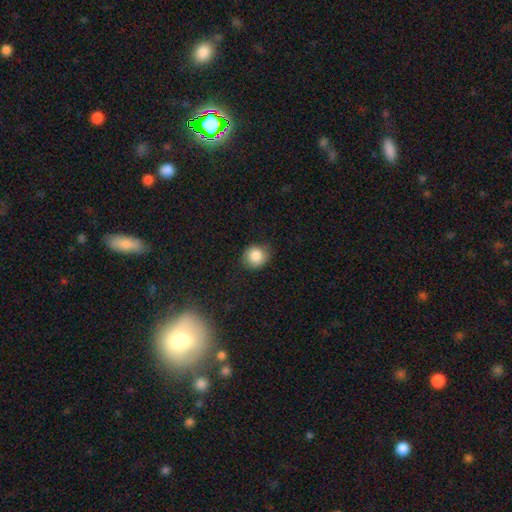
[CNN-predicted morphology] smooth 84%, star or artifact 9%, featured or disk 7%. Down the decision tree: how rounded — round (81%); merging — none (79%).